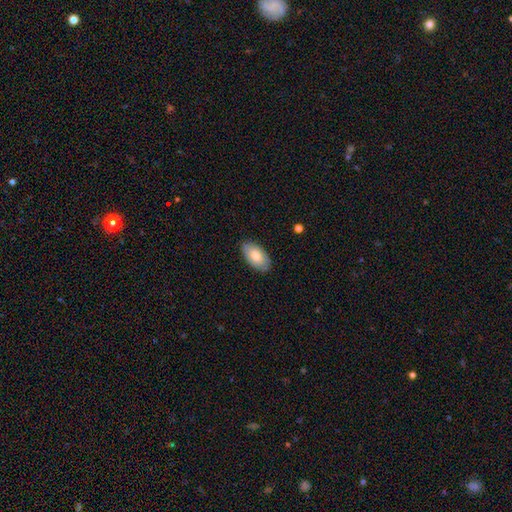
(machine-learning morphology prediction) type=smooth (76%); roundness=in between (95%); merging=none (85%).